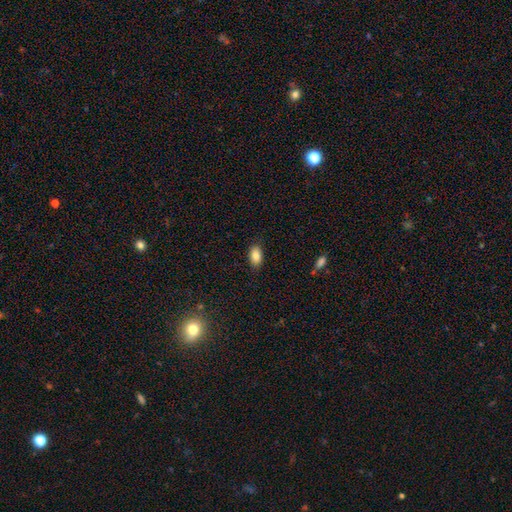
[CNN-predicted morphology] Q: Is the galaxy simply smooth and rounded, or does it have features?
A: smooth — 85%.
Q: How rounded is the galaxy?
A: in between — 90%.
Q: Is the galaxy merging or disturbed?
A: none — 86%.